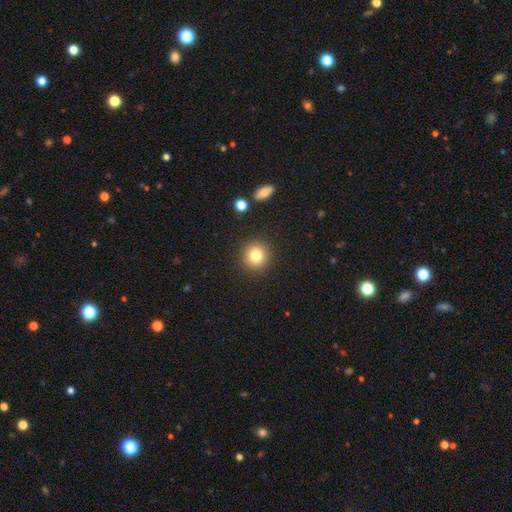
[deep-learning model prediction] Q: Smooth or featured?
A: smooth (79%); runner-up: star or artifact (12%)
Q: How rounded?
A: round (93%); runner-up: in between (6%)
Q: Merging?
A: none (90%); runner-up: minor disturbance (6%)